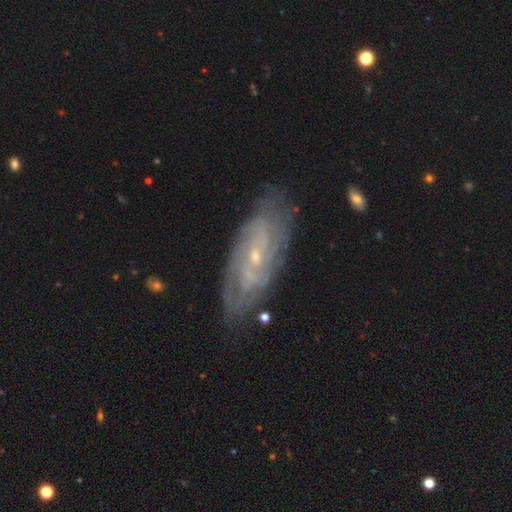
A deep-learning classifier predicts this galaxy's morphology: smooth-or-featured: featured or disk: 82% | smooth: 12% | star or artifact: 6%
  disk-edge-on: no: 89% | yes: 11%
    bar: no: 44% | weak: 42% | strong: 14%
    has-spiral-arms: yes: 90% | no: 10%
      spiral-winding: tight: 53% | medium: 35% | loose: 12%
      spiral-arm-count: can't tell: 38% | 2: 35% | 3: 11% | 4: 7% | more than 4: 4% | 1: 4%
    bulge-size: small: 77% | moderate: 19% | none: 2% | large: 1% | dominant: 1%
  merging: none: 78% | minor disturbance: 16% | major disturbance: 4% | merger: 2%